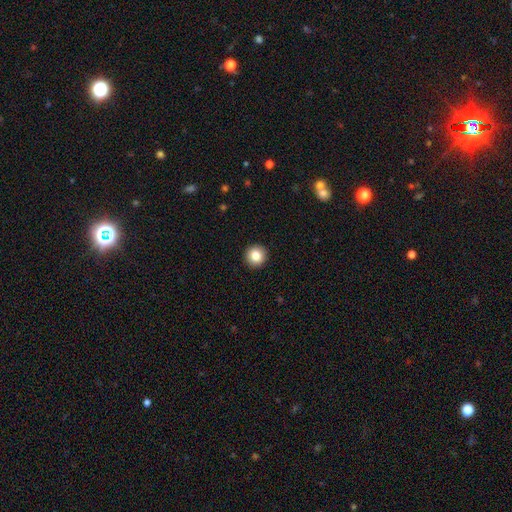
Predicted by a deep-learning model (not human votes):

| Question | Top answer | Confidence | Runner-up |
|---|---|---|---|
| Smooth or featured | smooth | 83% | star or artifact (10%) |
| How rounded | round | 95% | in between (4%) |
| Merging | none | 93% | minor disturbance (4%) |